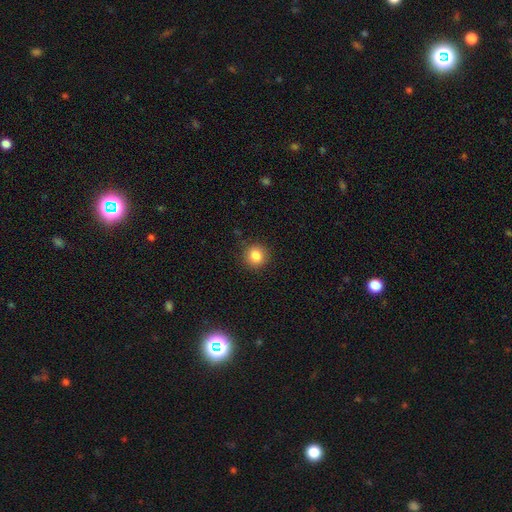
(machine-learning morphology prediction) Smooth or featured: smooth — 85% (star or artifact — 10%)
How rounded: round — 88% (in between — 11%)
Merging: none — 89% (minor disturbance — 8%)